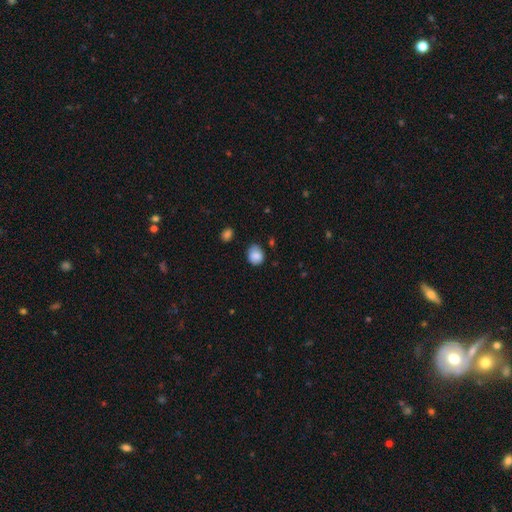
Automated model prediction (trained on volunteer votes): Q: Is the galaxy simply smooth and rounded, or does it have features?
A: smooth — 85%.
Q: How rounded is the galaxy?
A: round — 60%.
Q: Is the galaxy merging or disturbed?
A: none — 67%.